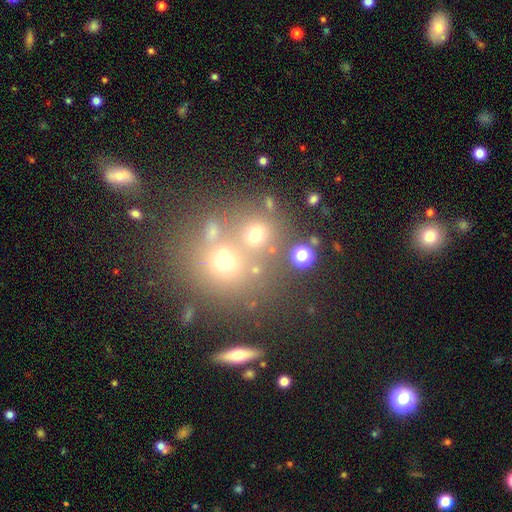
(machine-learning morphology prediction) Smooth or featured?
  - smooth: 49% *
  - star or artifact: 30%
  - featured or disk: 21%
Merging?
  - none: 47% *
  - merger: 39%
  - minor disturbance: 9%
  - major disturbance: 5%